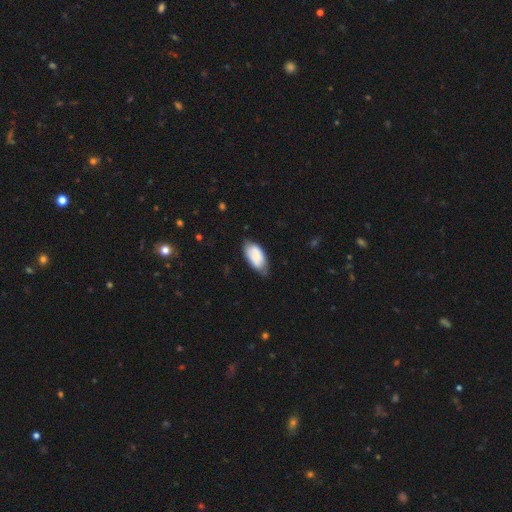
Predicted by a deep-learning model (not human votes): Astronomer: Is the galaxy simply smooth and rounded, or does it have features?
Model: smooth — 74%.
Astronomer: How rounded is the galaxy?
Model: in between — 94%.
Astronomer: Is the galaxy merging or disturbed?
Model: none — 62%.